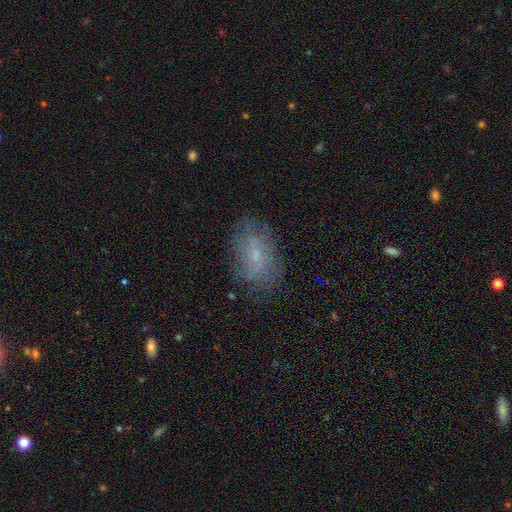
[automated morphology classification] featured or disk 45%, smooth 43%, star or artifact 12%. Down the decision tree: merging — none (70%).